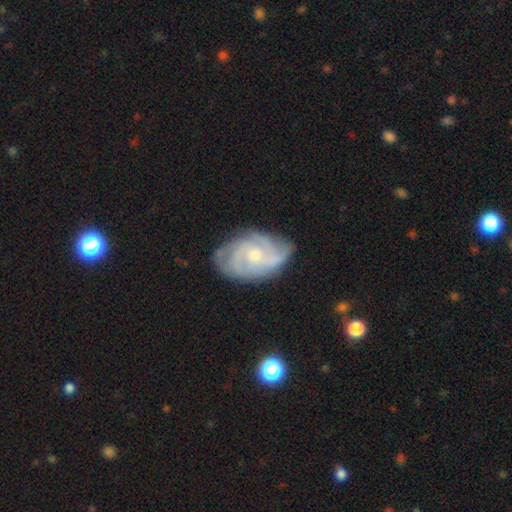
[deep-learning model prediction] Q: Smooth or featured?
A: featured or disk (85%); runner-up: smooth (10%)
Q: Edge-on disk?
A: no (97%); runner-up: yes (3%)
Q: Bar?
A: no (66%); runner-up: weak (29%)
Q: Spiral arms?
A: yes (96%); runner-up: no (4%)
Q: Spiral winding?
A: tight (51%); runner-up: medium (40%)
Q: Spiral arm count?
A: 3 (34%); runner-up: can't tell (22%)
Q: Bulge size?
A: small (57%); runner-up: moderate (39%)
Q: Merging?
A: none (71%); runner-up: minor disturbance (21%)